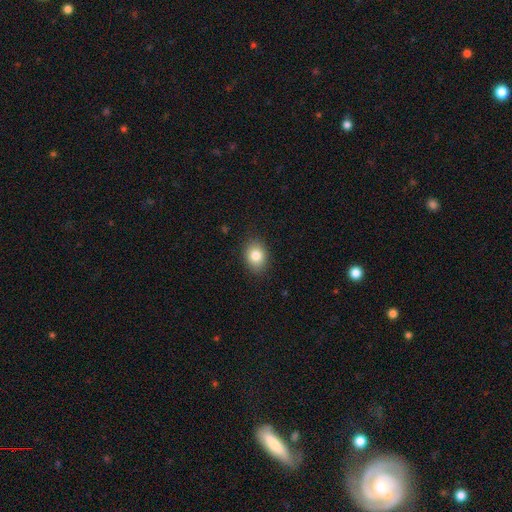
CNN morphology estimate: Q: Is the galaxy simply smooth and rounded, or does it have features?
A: smooth — 83%.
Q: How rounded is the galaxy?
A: in between — 58%.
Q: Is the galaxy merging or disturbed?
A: none — 87%.